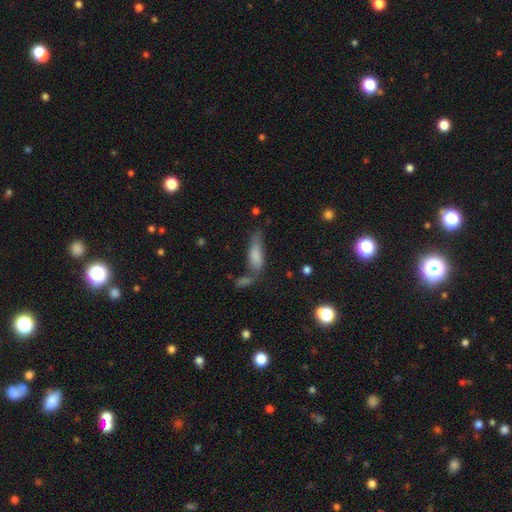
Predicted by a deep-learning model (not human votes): Q: Smooth or featured?
A: smooth (75%); runner-up: featured or disk (16%)
Q: How rounded?
A: in between (54%); runner-up: cigar-shaped (43%)
Q: Merging?
A: none (42%); runner-up: minor disturbance (25%)